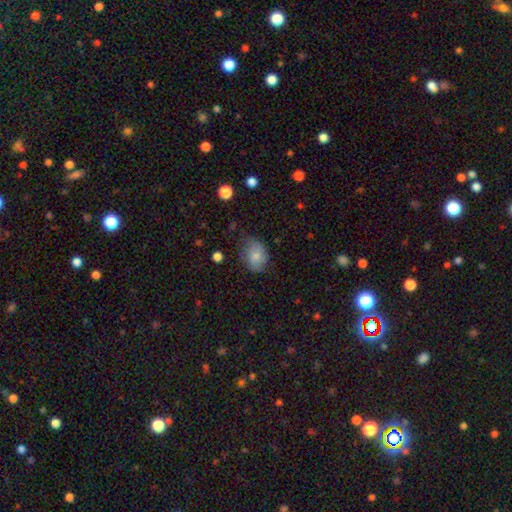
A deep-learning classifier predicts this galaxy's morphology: A smooth galaxy with no disk features (75%) that is in between round and cigar-shaped (66%). Merging: none (62%).